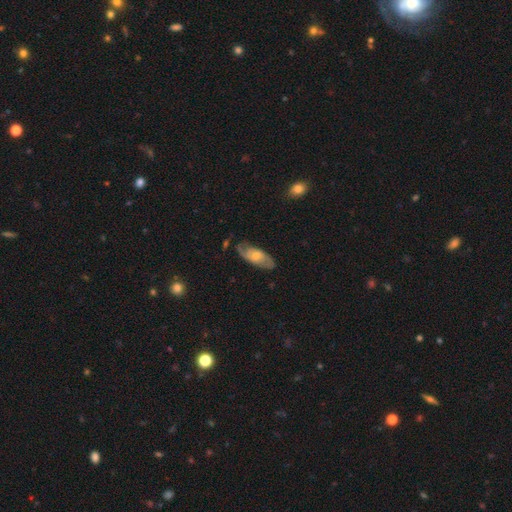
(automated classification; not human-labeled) Smooth or featured? featured or disk (63%)
Edge-on disk? no (88%)
Bar? no (62%)
Spiral arms? yes (84%)
Bulge size? moderate (54%)
Merging? none (70%)